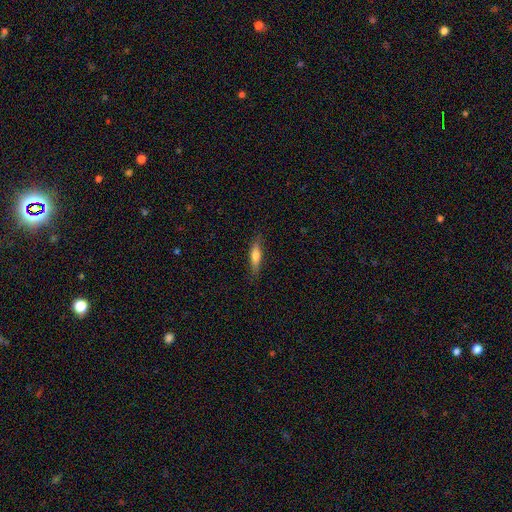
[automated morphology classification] smooth 64%, featured or disk 30%, star or artifact 6%. Down the decision tree: how rounded — cigar-shaped (73%); merging — none (81%).